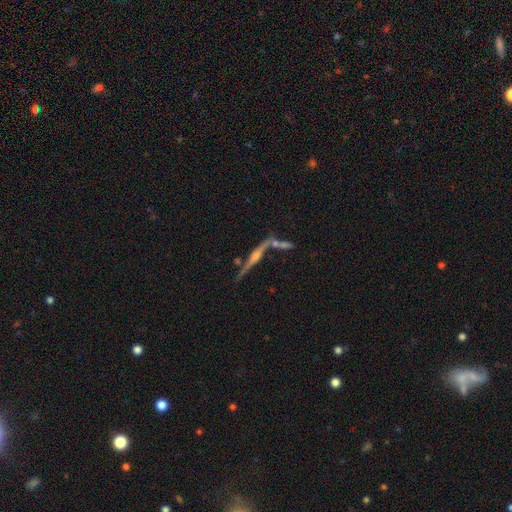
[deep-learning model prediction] This is clearly a featured or disk galaxy (83%). It is clearly viewed edge-on (95%). Edge-on bulge: clearly rounded (84%). Merging: likely none (64%).